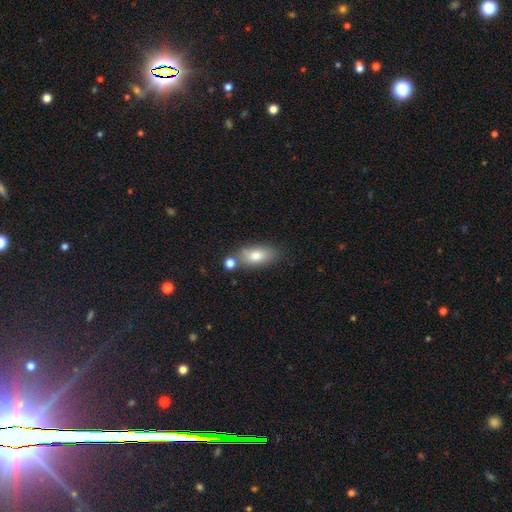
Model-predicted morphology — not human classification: smooth_or_featured: smooth (p=0.77) [alt: featured or disk p=0.15]
how_rounded: in between (p=0.87) [alt: round p=0.08]
merging: none (p=0.64) [alt: minor disturbance p=0.17]